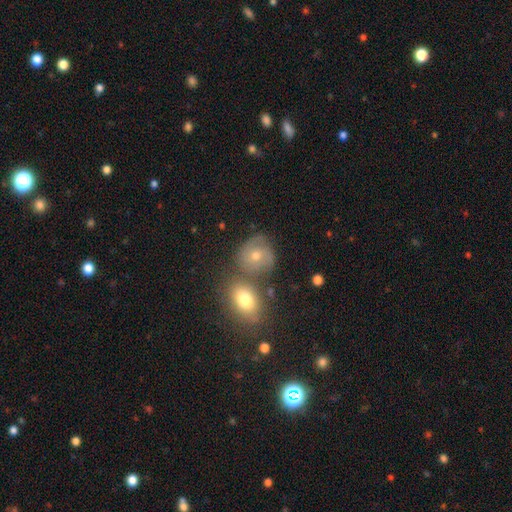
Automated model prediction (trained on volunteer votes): Overall: featured or disk (49%; smooth 39%). Merging: none (58%).